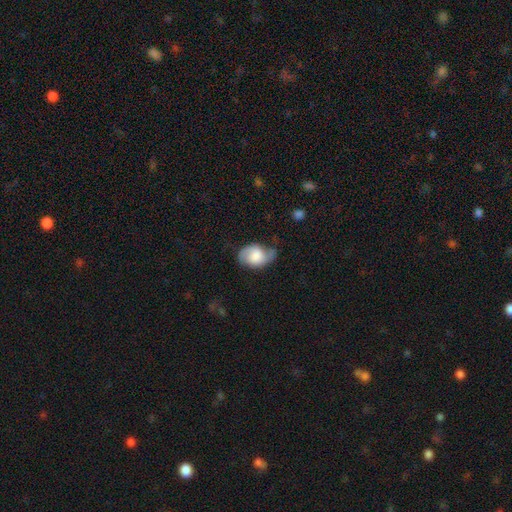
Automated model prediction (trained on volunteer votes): Smooth or featured: smooth — 46% (tied with featured or disk — 46%)
Merging: none — 46% (minor disturbance — 35%)